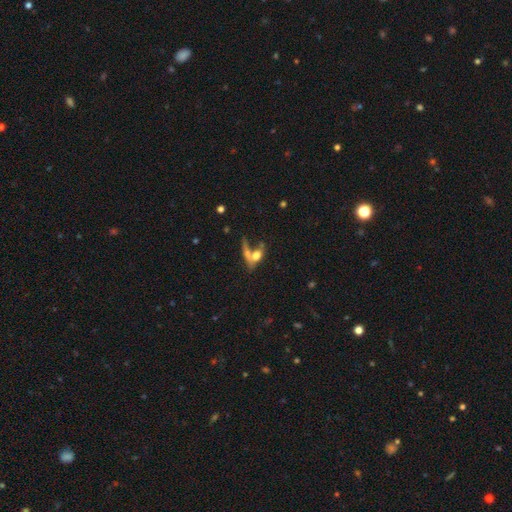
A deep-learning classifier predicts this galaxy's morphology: smooth 59%, featured or disk 30%, star or artifact 11%. Down the decision tree: how rounded — in between (60%); merging — merger (48%).